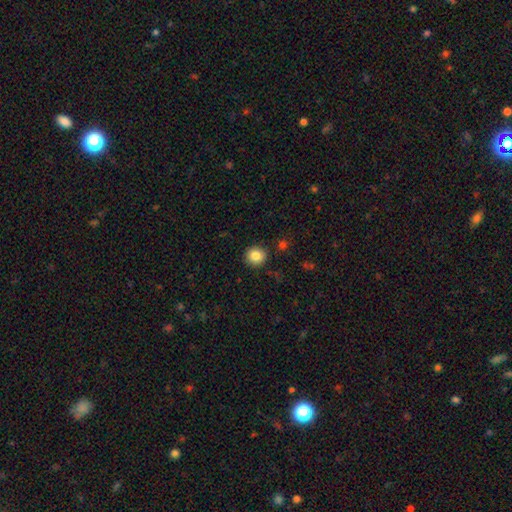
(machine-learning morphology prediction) The model was most divided on "how rounded": round: 87%, in between: 12%, cigar-shaped: 1%. More confident: merging — none (89%); smooth or featured — smooth (85%).